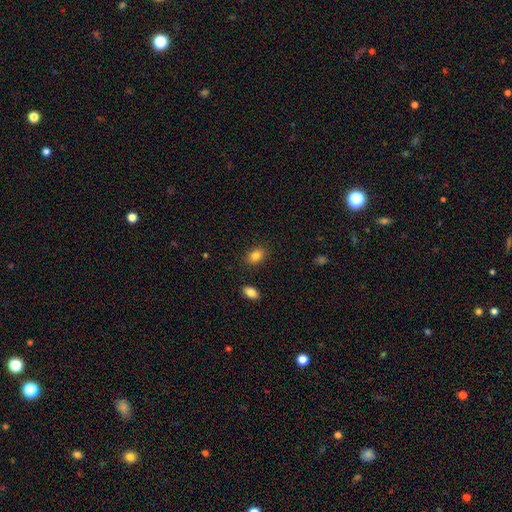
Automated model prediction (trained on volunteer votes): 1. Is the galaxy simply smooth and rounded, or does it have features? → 84% smooth, 9% star or artifact, 7% featured or disk.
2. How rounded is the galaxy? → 83% in between, 16% round, 2% cigar-shaped.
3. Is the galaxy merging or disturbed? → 86% none, 9% minor disturbance, 2% major disturbance, 2% merger.